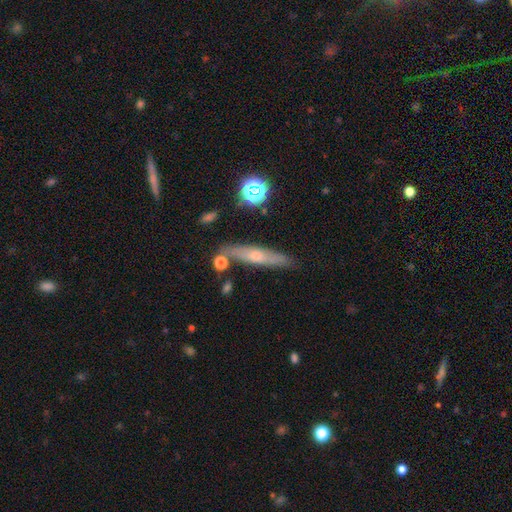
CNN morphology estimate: Smooth or featured? Predicted: featured or disk (p=0.52). Edge-on disk? Predicted: yes (p=0.84). Merging? Predicted: none (p=0.82).